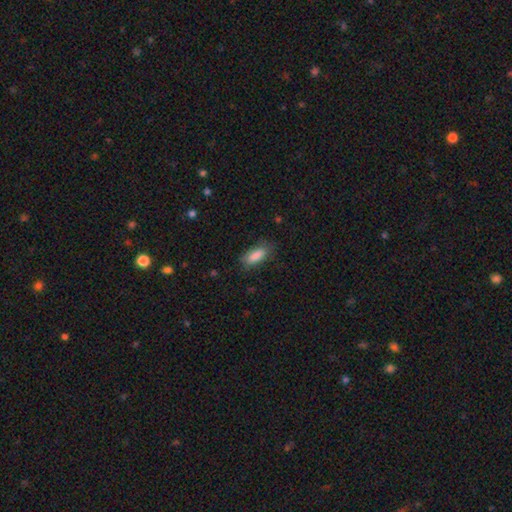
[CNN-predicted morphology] smooth-or-featured: smooth: 86% | star or artifact: 7% | featured or disk: 6%
  how-rounded: in between: 78% | cigar-shaped: 19% | round: 2%
  merging: none: 75% | minor disturbance: 18% | major disturbance: 5% | merger: 1%